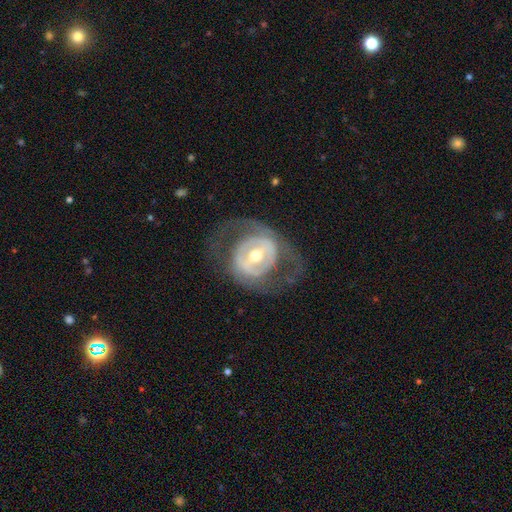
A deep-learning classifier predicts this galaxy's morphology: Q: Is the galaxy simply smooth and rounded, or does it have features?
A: featured or disk — 78%.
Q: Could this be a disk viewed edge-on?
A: no — 95%.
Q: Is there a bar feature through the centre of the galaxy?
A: strong — 38%.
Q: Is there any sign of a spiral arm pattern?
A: no — 53%.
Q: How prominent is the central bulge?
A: moderate — 61%.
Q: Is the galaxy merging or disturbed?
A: none — 64%.